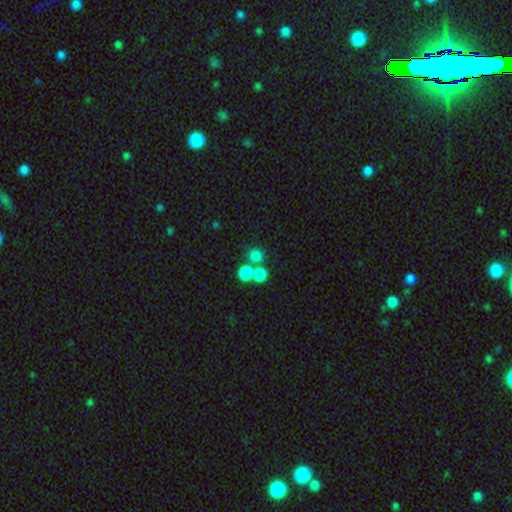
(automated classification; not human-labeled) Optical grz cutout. It shows a smooth galaxy with no disk features (78%) that is round (75%). Merging: none (44%, tied with merger).